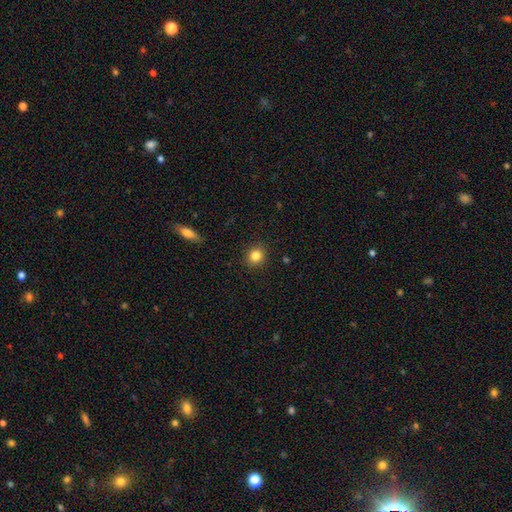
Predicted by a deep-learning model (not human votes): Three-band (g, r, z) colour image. It shows a smooth galaxy with no disk features (83%) that is round (86%). Merging: none (90%).